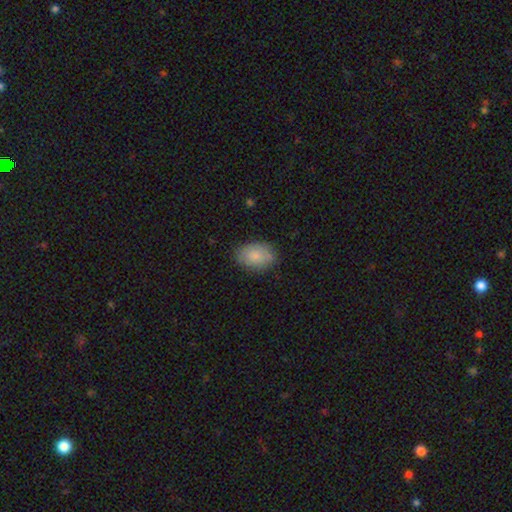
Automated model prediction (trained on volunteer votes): Smooth or featured? smooth (83%)
How rounded? in between (80%)
Merging? none (79%)